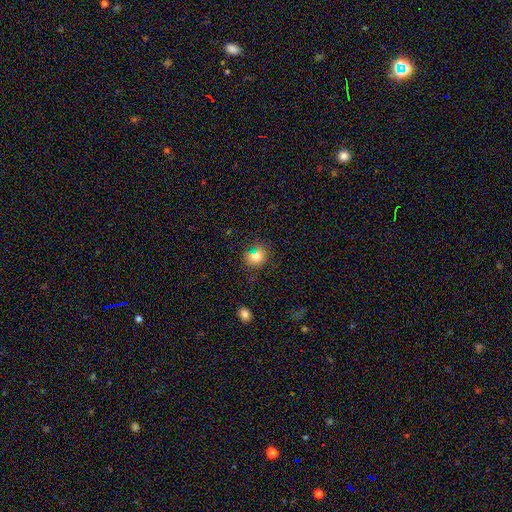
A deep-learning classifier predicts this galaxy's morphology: Smooth or featured: smooth — 80% (star or artifact — 12%)
How rounded: round — 75% (in between — 24%)
Merging: none — 71% (minor disturbance — 17%)